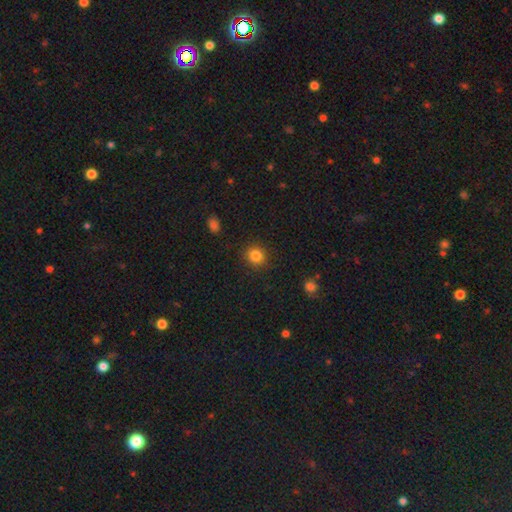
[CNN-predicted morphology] smooth_or_featured: smooth (p=0.84) [alt: star or artifact p=0.11]
how_rounded: round (p=0.86) [alt: in between p=0.13]
merging: none (p=0.89) [alt: minor disturbance p=0.07]